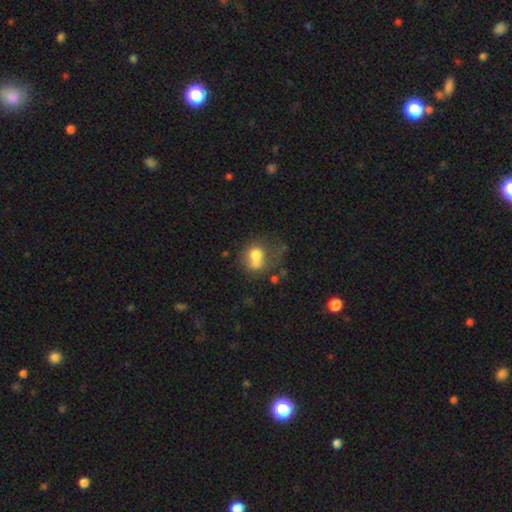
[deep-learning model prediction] Overall: smooth (67%). How rounded: round (59%; in between 40%). Merging: merger (40%; none 24%).